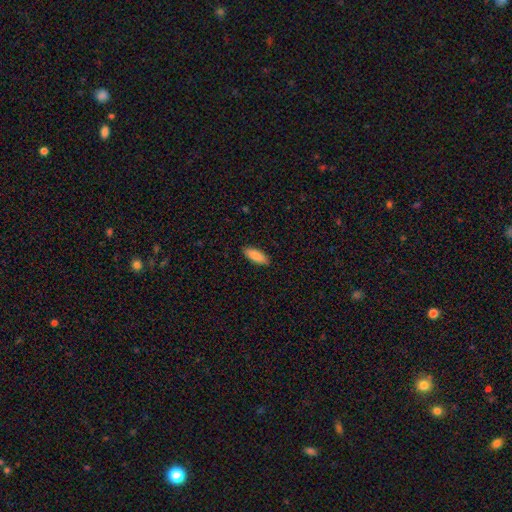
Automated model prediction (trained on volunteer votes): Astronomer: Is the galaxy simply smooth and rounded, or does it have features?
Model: smooth — 88%.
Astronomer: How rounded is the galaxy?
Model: in between — 76%.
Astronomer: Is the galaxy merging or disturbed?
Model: none — 89%.